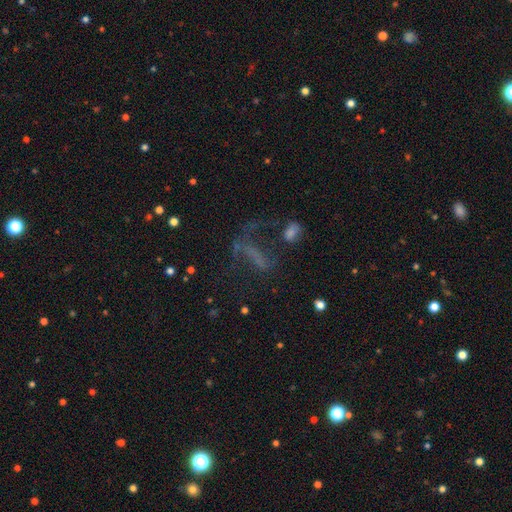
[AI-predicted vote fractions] featured or disk 41%, star or artifact 30%, smooth 28%. Down the decision tree: merging — major disturbance (40%).